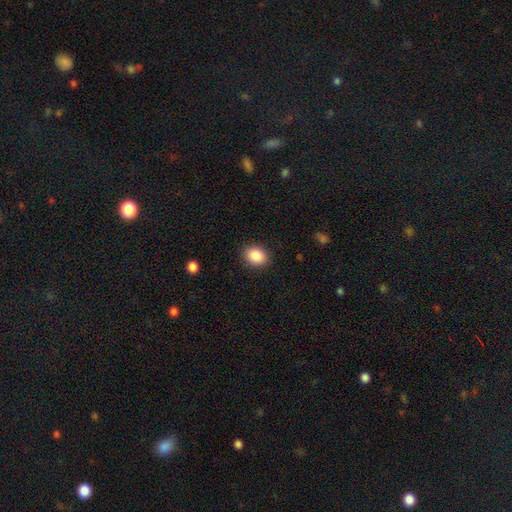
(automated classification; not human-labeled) A smooth galaxy with no disk features (88%) that is in between round and cigar-shaped (56%).

Vote fractions:
- Smooth or featured? smooth: 88% / star or artifact: 8% / featured or disk: 4%
- How rounded? in between: 56% / round: 44% / cigar-shaped: 1%
- Merging? none: 88% / minor disturbance: 8% / major disturbance: 3% / merger: 1%